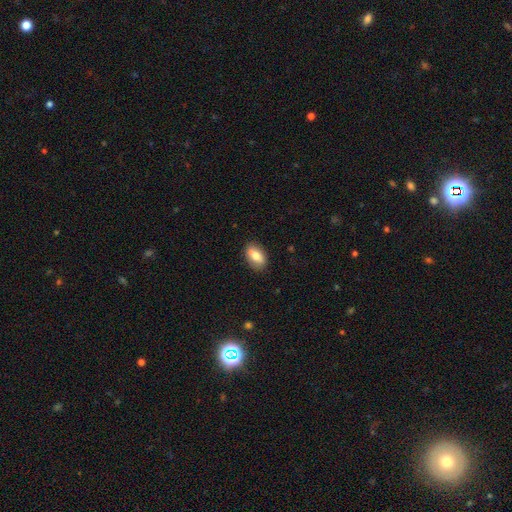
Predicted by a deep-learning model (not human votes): This appears to be a smooth galaxy with no disk features (73%) that is in between round and cigar-shaped (89%). Merging: none (83%).